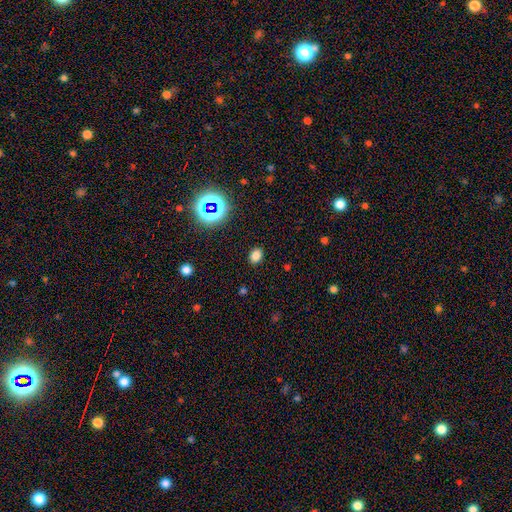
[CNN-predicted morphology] Smooth or featured: smooth — 77% (star or artifact — 18%)
How rounded: in between — 61% (round — 38%)
Merging: none — 88% (minor disturbance — 8%)